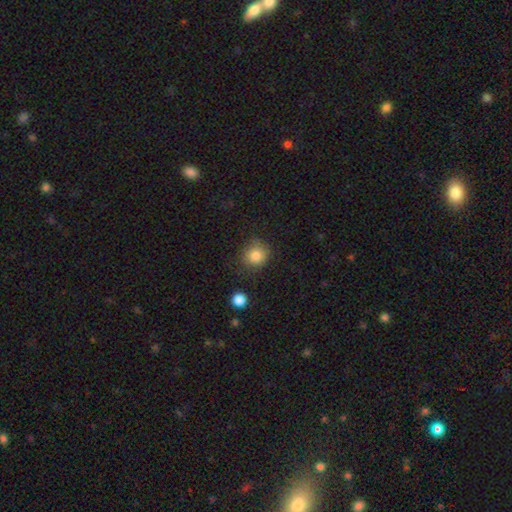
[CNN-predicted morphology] Q: Smooth or featured?
A: smooth (83%); runner-up: star or artifact (11%)
Q: How rounded?
A: round (87%); runner-up: in between (12%)
Q: Merging?
A: none (79%); runner-up: minor disturbance (15%)